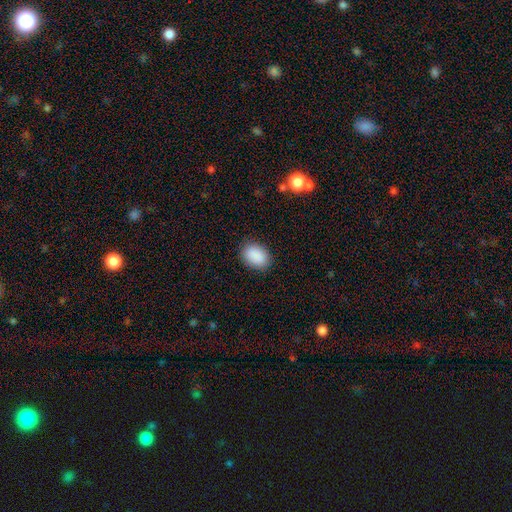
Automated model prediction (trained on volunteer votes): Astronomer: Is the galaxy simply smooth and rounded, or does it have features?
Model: smooth — 90%.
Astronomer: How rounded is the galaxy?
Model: in between — 80%.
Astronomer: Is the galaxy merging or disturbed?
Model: none — 87%.